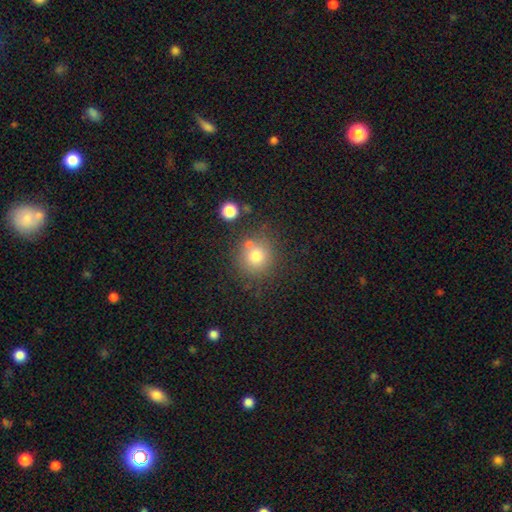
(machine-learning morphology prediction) A smooth galaxy with no disk features (75%) that is round (90%).

Vote fractions:
- Smooth or featured? smooth: 75% / star or artifact: 13% / featured or disk: 12%
- How rounded? round: 90% / in between: 9% / cigar-shaped: 1%
- Merging? none: 68% / merger: 16% / minor disturbance: 11% / major disturbance: 4%